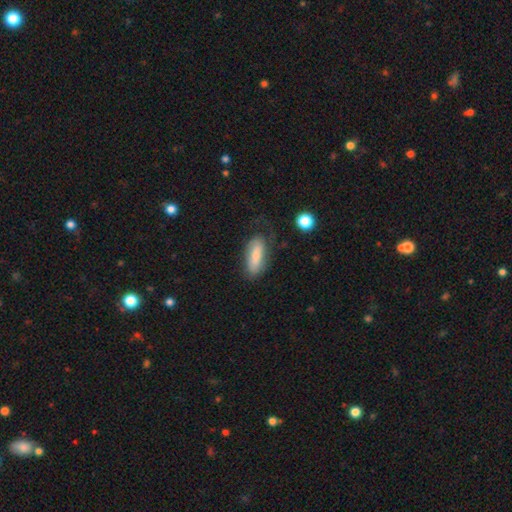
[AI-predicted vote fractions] Morphology: type=smooth (76%); roundness=in between (78%); merging=none (59%).